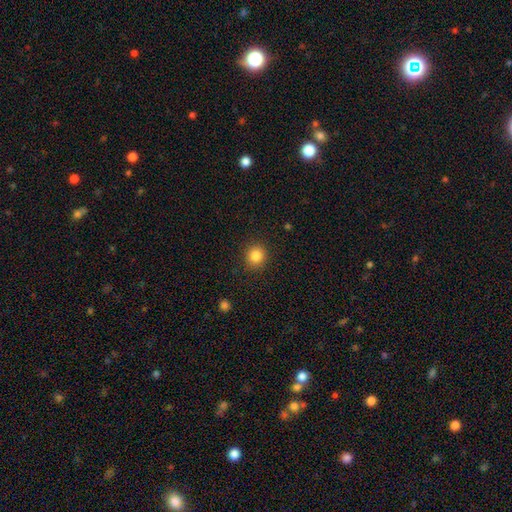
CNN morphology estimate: Smooth or featured? smooth (84%)
How rounded? round (90%)
Merging? none (91%)